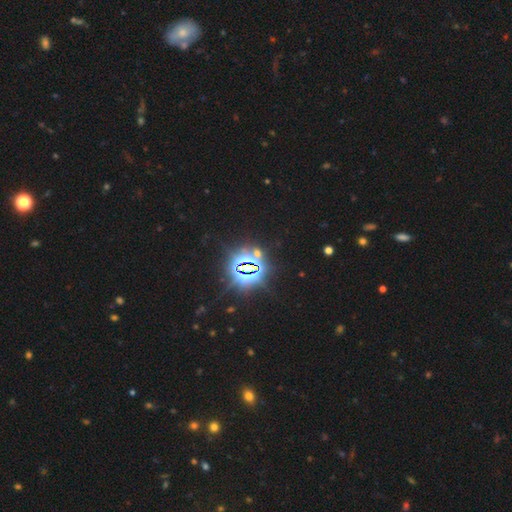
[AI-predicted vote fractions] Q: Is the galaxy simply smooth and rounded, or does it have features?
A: star or artifact — 84%.